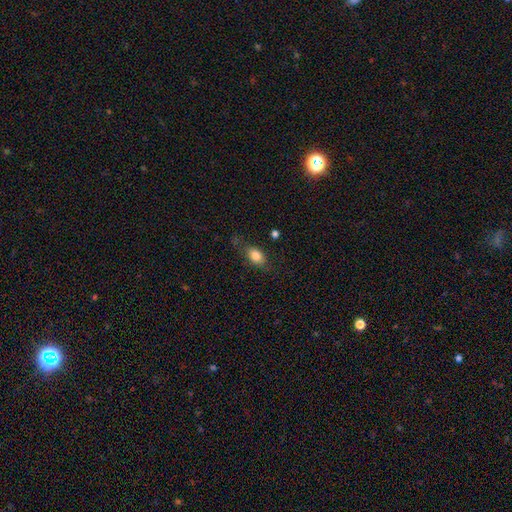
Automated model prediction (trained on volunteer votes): The model was most divided on "merging": none: 69%, minor disturbance: 20%, major disturbance: 8%, merger: 3%. More confident: how rounded — in between (82%); smooth or featured — smooth (81%).